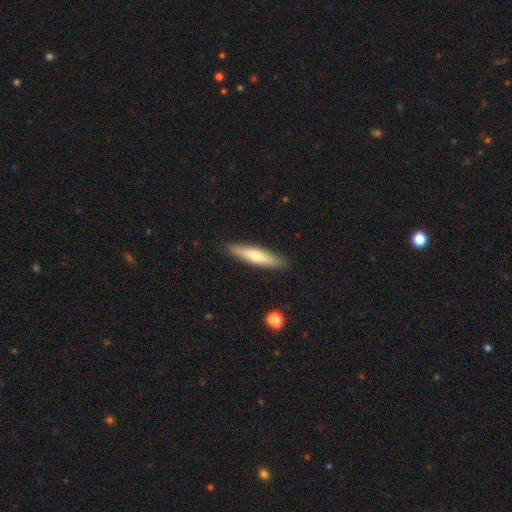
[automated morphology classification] Smooth or featured? smooth (54%)
How rounded? cigar-shaped (83%)
Merging? none (90%)